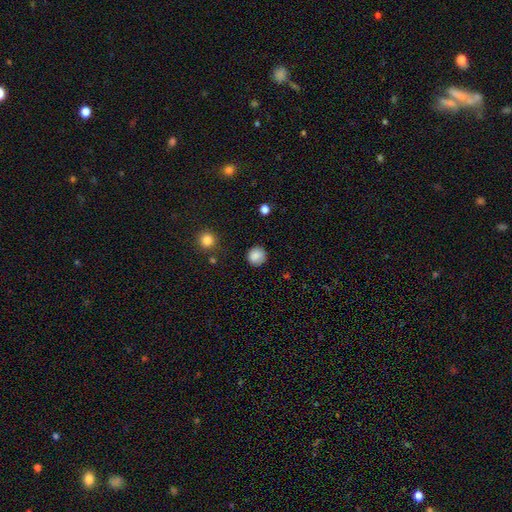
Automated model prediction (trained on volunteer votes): Smooth or featured?
  - smooth: 85% *
  - star or artifact: 10%
  - featured or disk: 5%
How rounded?
  - round: 92% *
  - in between: 7%
  - cigar-shaped: 1%
Merging?
  - none: 86% *
  - minor disturbance: 10%
  - major disturbance: 3%
  - merger: 1%